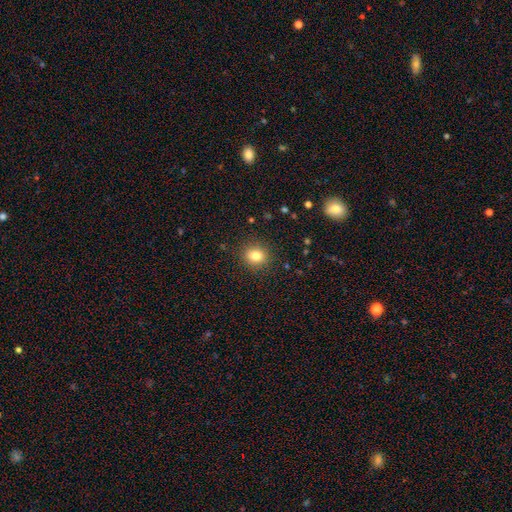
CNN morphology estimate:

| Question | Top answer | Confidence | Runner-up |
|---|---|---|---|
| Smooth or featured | smooth | 82% | star or artifact (11%) |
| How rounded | round | 77% | in between (22%) |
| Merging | none | 89% | minor disturbance (8%) |